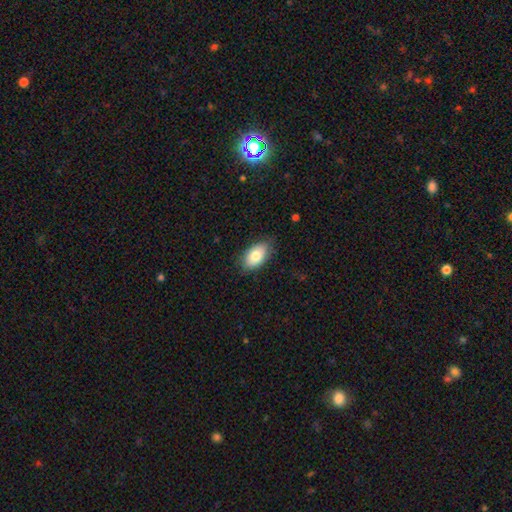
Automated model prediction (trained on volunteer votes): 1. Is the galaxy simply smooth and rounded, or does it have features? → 79% smooth, 14% featured or disk, 7% star or artifact.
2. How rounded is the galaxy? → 92% in between, 5% round, 2% cigar-shaped.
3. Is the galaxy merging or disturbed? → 81% none, 15% minor disturbance, 3% major disturbance, 1% merger.